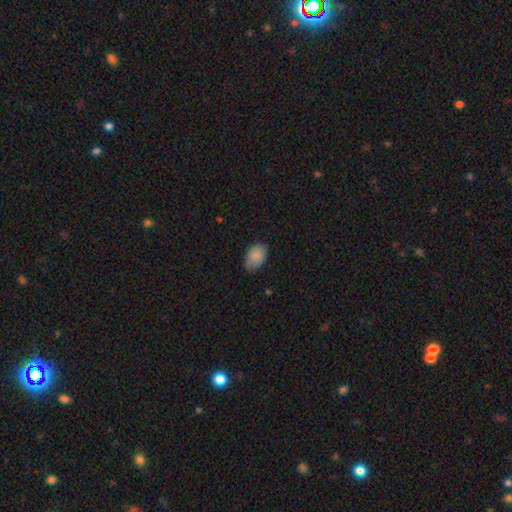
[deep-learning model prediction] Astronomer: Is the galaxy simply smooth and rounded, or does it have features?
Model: smooth — 87%.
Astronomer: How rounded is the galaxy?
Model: in between — 87%.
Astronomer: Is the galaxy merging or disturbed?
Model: none — 71%.